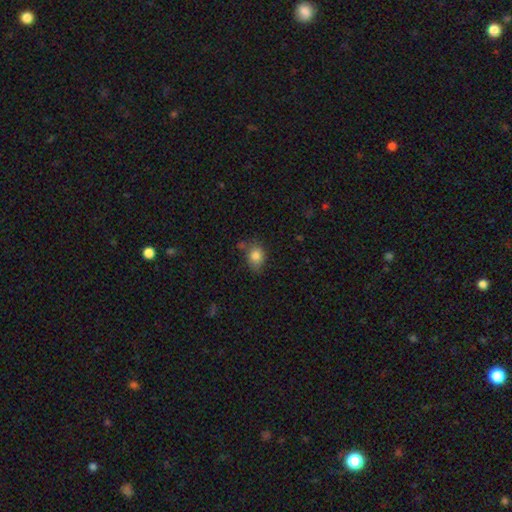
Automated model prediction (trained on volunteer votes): A smooth galaxy with no disk features (83%) that is in between round and cigar-shaped (55%).

Vote fractions:
- Smooth or featured? smooth: 83% / star or artifact: 10% / featured or disk: 7%
- How rounded? in between: 55% / round: 44% / cigar-shaped: 1%
- Merging? none: 62% / minor disturbance: 25% / merger: 7% / major disturbance: 7%